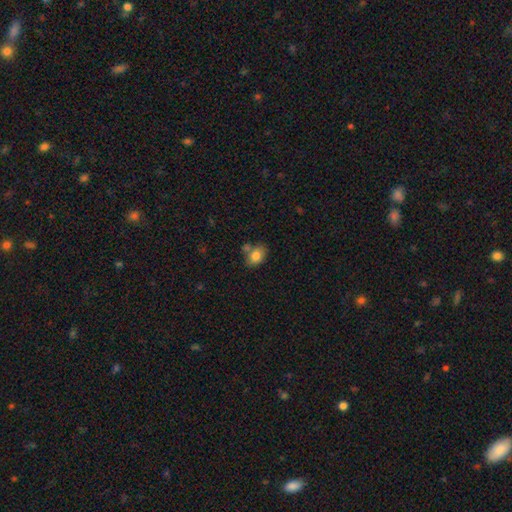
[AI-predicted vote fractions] A smooth galaxy with no disk features (81%) that is in between round and cigar-shaped (74%). Merging: none (57%).